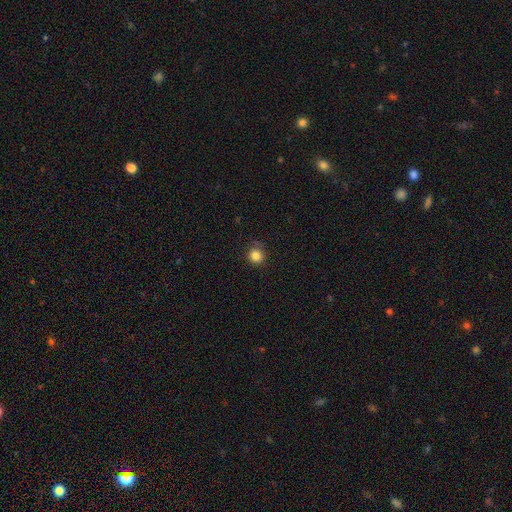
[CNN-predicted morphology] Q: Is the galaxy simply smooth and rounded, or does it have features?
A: smooth — 84%.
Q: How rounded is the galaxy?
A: round — 92%.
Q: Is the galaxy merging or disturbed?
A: none — 85%.